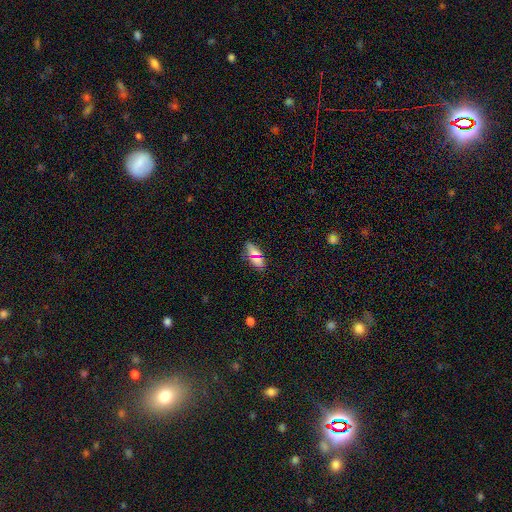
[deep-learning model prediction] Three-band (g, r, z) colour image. It shows a smooth galaxy with no disk features (70%) that is in between round and cigar-shaped (79%). Merging: none (82%).